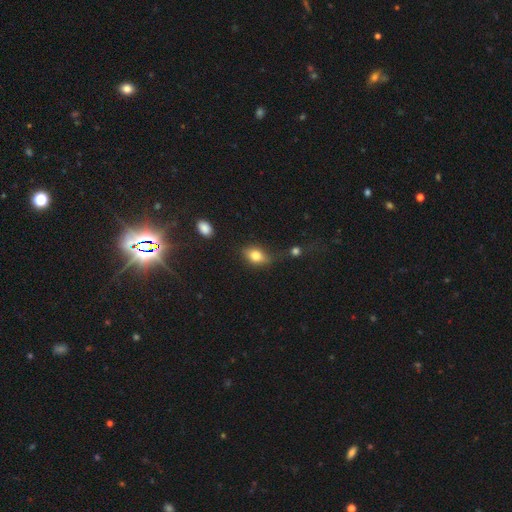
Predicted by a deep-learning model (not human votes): Smooth or featured? smooth (77%)
How rounded? in between (79%)
Merging? none (61%)